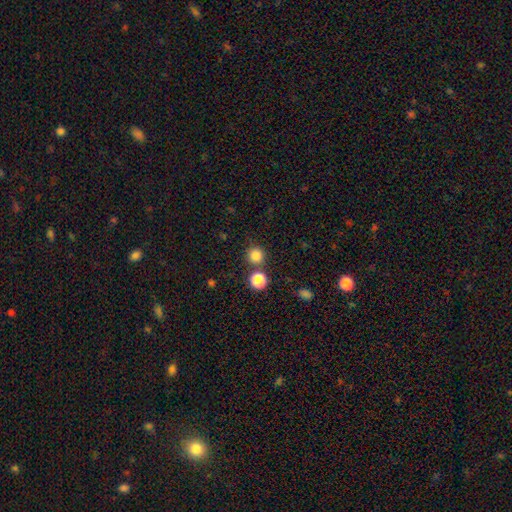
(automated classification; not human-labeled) The model was most divided on "merging": none: 79%, merger: 12%, minor disturbance: 7%, major disturbance: 3%. More confident: how rounded — round (94%); smooth or featured — smooth (82%).